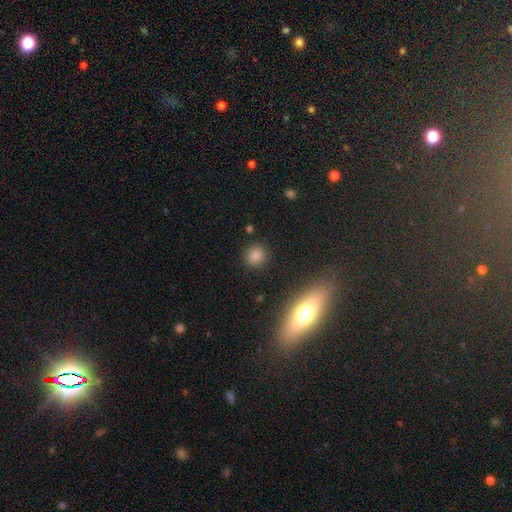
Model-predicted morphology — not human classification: smooth_or_featured: smooth (p=0.81) [alt: star or artifact p=0.13]
how_rounded: round (p=0.87) [alt: in between p=0.12]
merging: none (p=0.89) [alt: minor disturbance p=0.07]